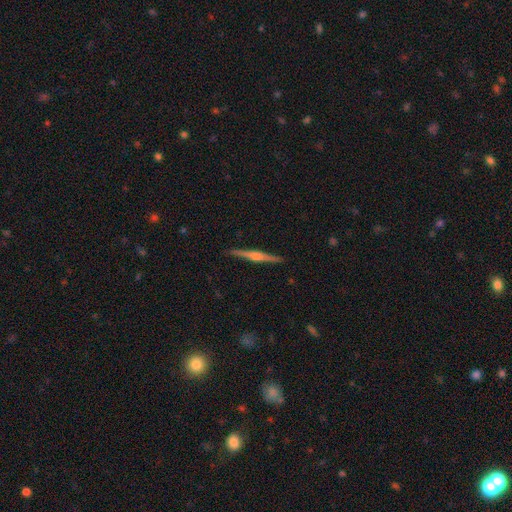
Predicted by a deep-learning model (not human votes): smooth_or_featured: featured or disk (p=0.76) [alt: smooth p=0.19]
disk_edge_on: yes (p=0.99) [alt: no p=0.01]
edge_on_bulge: rounded (p=0.70) [alt: boxy p=0.18]
merging: none (p=0.92) [alt: minor disturbance p=0.06]